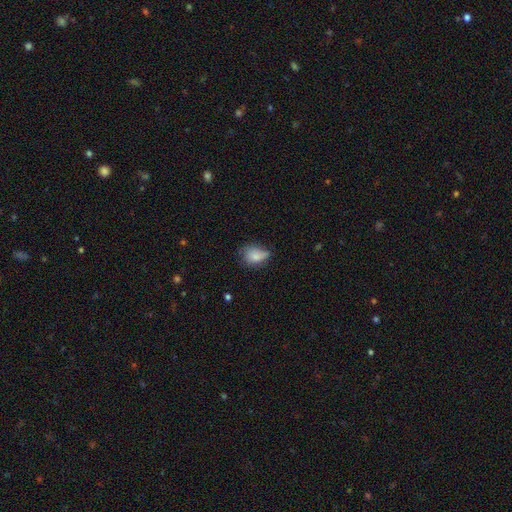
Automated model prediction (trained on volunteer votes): This appears to be a smooth galaxy with no disk features (80%) that is in between round and cigar-shaped (73%). Merging: none (45%).